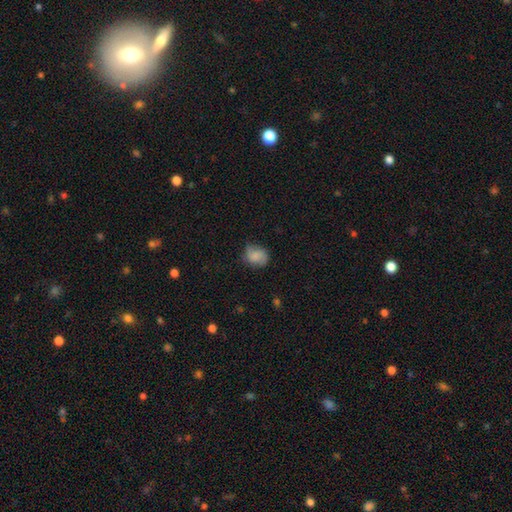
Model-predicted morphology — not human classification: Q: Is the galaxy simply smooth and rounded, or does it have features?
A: smooth — 71%.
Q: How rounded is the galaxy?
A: round — 59%.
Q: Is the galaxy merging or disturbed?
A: none — 67%.